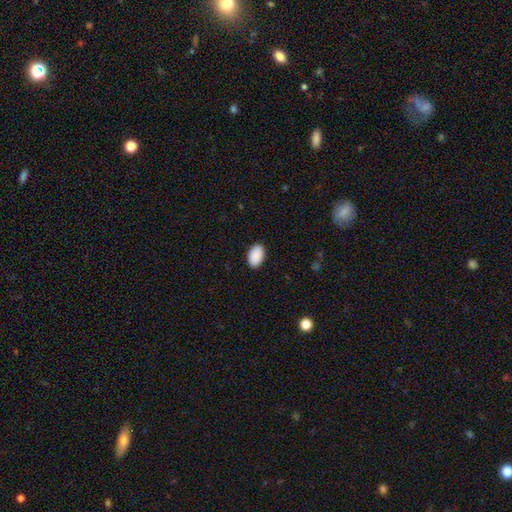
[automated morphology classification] Smooth or featured?
  - smooth: 91% *
  - star or artifact: 6%
  - featured or disk: 2%
How rounded?
  - in between: 93% *
  - round: 6%
  - cigar-shaped: 1%
Merging?
  - none: 89% *
  - minor disturbance: 8%
  - major disturbance: 2%
  - merger: 1%